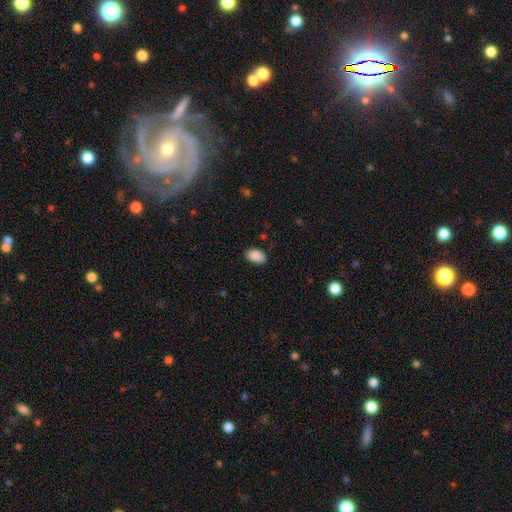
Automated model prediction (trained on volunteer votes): This is clearly a smooth galaxy (90%). How rounded: clearly in between (92%). Merging: clearly none (84%).